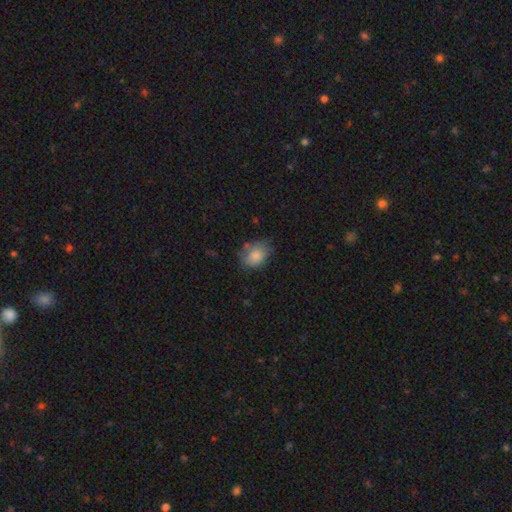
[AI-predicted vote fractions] A smooth galaxy with no disk features (83%) that is in between round and cigar-shaped (65%).

Vote fractions:
- Smooth or featured? smooth: 83% / featured or disk: 9% / star or artifact: 8%
- How rounded? in between: 65% / round: 34% / cigar-shaped: 1%
- Merging? none: 59% / minor disturbance: 29% / major disturbance: 8% / merger: 4%